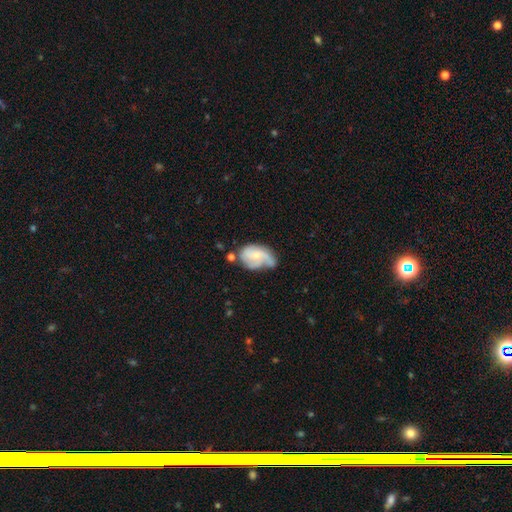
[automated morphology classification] The model was most divided on "merging": minor disturbance: 32%, none: 31%, major disturbance: 25%, merger: 12%. More confident: edge-on disk — no (97%); spiral arms — yes (77%); bar — no (66%); bulge size — small (61%); smooth or featured — featured or disk (56%).